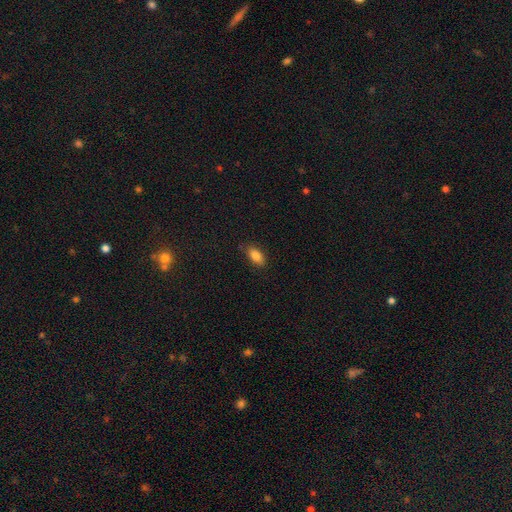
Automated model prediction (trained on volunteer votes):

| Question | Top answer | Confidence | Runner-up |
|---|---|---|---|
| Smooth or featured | smooth | 85% | star or artifact (8%) |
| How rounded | in between | 89% | cigar-shaped (6%) |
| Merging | none | 84% | minor disturbance (12%) |